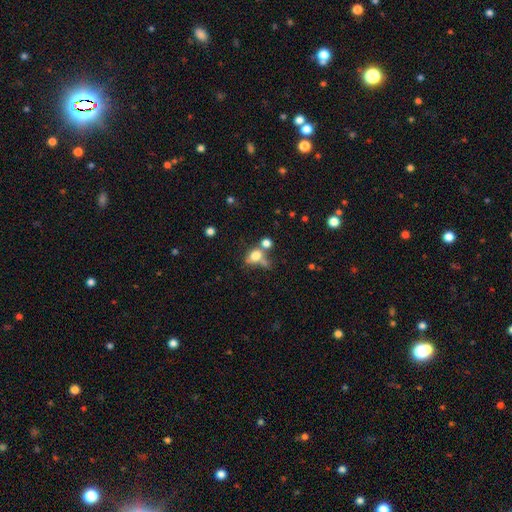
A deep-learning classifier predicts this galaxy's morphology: The model was most divided on "merging": merger: 38%, none: 31%, minor disturbance: 16%, major disturbance: 15%. More confident: smooth or featured — smooth (71%); how rounded — in between (57%).